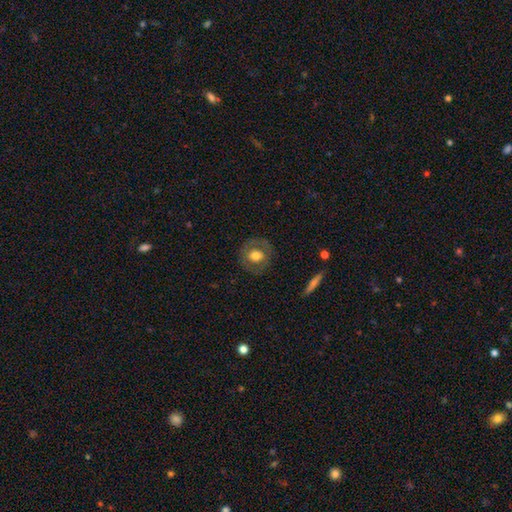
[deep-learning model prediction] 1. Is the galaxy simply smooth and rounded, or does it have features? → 55% smooth, 38% featured or disk, 7% star or artifact.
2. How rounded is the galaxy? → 80% round, 19% in between, 1% cigar-shaped.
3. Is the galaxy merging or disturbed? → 82% none, 11% minor disturbance, 5% major disturbance, 1% merger.